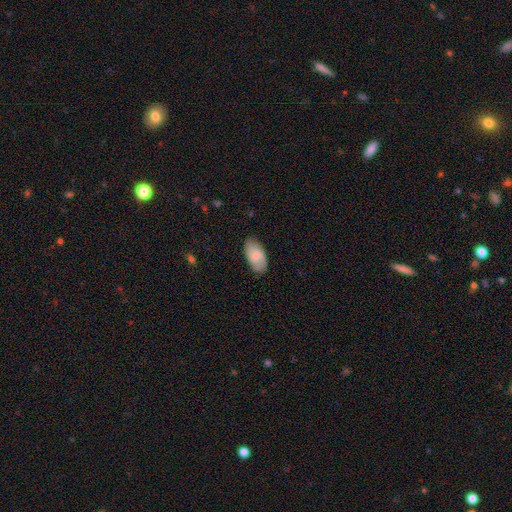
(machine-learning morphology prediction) Smooth or featured?
  - smooth: 60% *
  - featured or disk: 33%
  - star or artifact: 7%
How rounded?
  - in between: 94% *
  - cigar-shaped: 3%
  - round: 3%
Merging?
  - none: 77% *
  - minor disturbance: 18%
  - major disturbance: 4%
  - merger: 1%